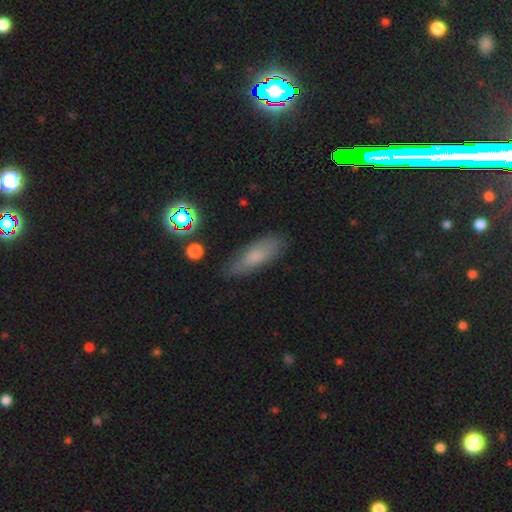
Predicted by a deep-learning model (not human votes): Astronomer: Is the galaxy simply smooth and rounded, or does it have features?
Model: smooth — 69%.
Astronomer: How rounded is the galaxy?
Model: in between — 61% (runner-up: cigar-shaped, 36%).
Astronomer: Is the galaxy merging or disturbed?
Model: none — 76%.